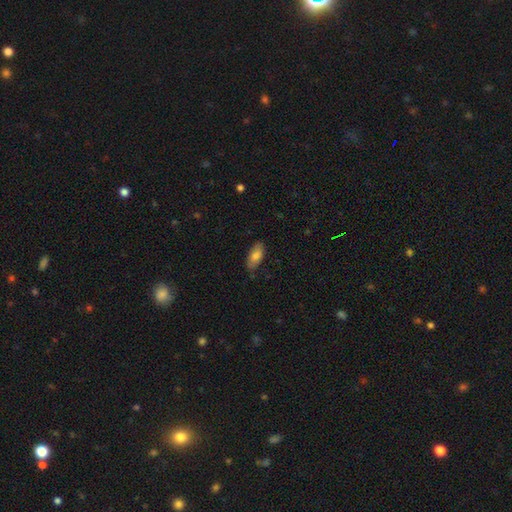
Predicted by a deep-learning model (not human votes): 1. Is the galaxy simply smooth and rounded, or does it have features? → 79% smooth, 15% featured or disk, 6% star or artifact.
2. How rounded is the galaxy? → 88% in between, 9% cigar-shaped, 2% round.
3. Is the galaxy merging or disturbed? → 80% none, 16% minor disturbance, 3% major disturbance, 1% merger.